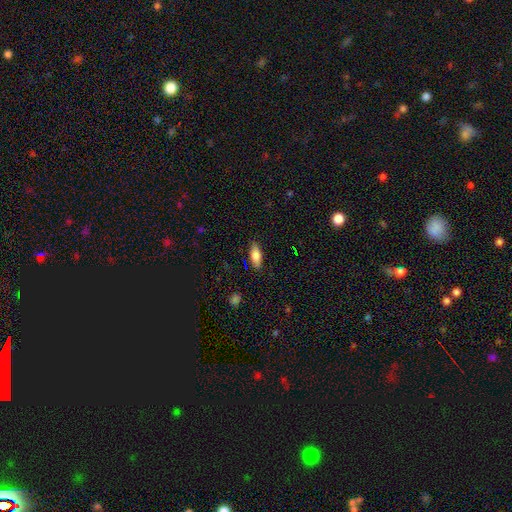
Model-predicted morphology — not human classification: smooth_or_featured: smooth (p=0.78) [alt: featured or disk p=0.15]
how_rounded: in between (p=0.76) [alt: cigar-shaped p=0.22]
merging: none (p=0.86) [alt: minor disturbance p=0.11]